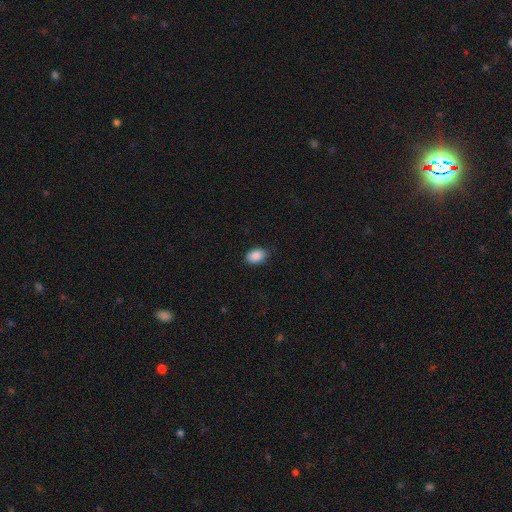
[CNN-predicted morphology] smooth 89%, star or artifact 7%, featured or disk 3%. Down the decision tree: how rounded — in between (87%); merging — none (81%).